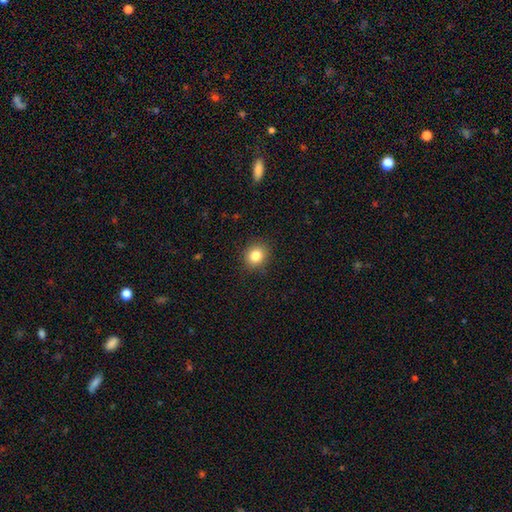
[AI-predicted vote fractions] Morphology: type=smooth (83%); roundness=round (78%); merging=none (89%).